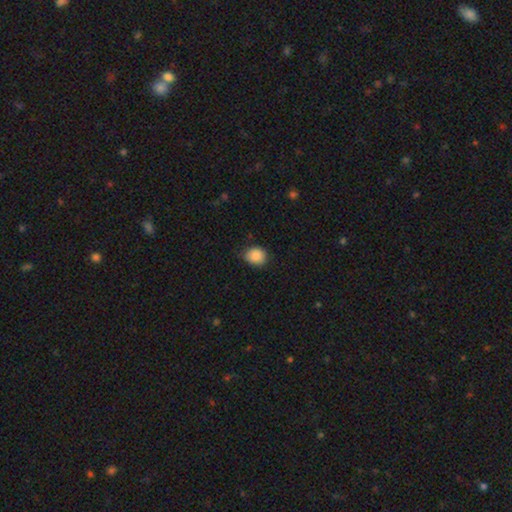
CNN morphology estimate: This appears to be a smooth galaxy with no disk features (87%) that is round (66%). Merging: none (74%).